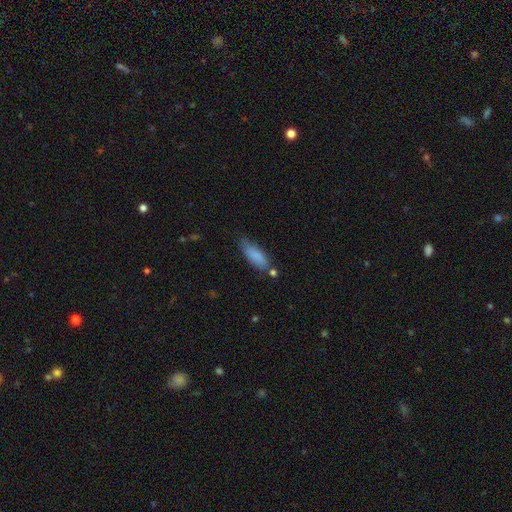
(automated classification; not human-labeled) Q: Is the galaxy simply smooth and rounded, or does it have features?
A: smooth — 84%.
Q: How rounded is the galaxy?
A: in between — 61%.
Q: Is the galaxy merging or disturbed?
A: none — 57%.